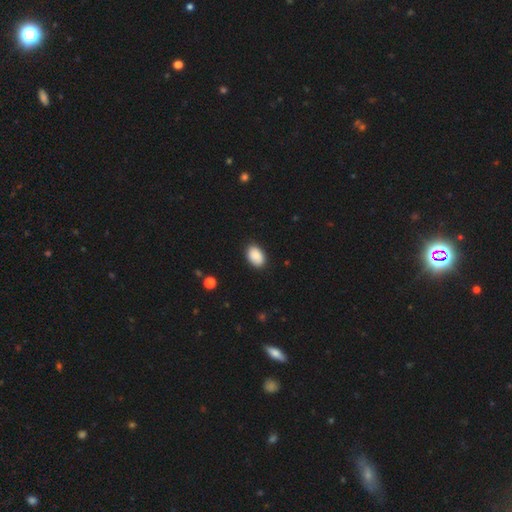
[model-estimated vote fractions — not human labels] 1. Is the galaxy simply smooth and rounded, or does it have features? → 90% smooth, 7% star or artifact, 4% featured or disk.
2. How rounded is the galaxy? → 90% in between, 9% round, 1% cigar-shaped.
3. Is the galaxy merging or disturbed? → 88% none, 9% minor disturbance, 2% major disturbance, 1% merger.